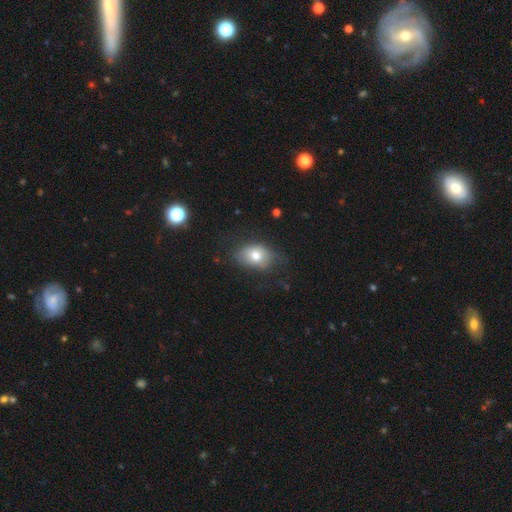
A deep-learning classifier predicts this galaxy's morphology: Smooth or featured? Predicted: smooth (p=0.73). How rounded? Predicted: in between (p=0.76). Merging? Predicted: none (p=0.63).